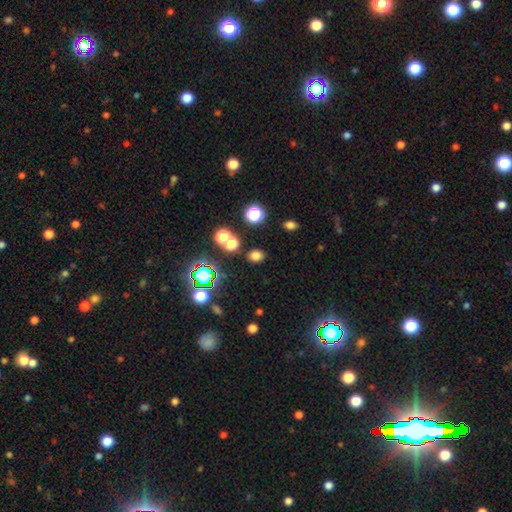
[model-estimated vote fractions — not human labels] Smooth or featured? smooth (70%)
How rounded? round (50%)
Merging? none (80%)